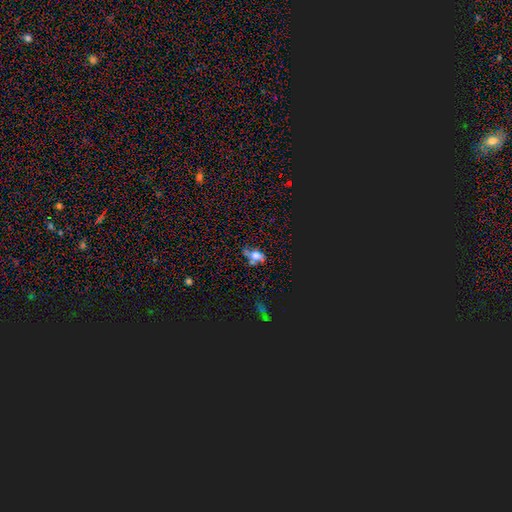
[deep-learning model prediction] Smooth or featured: smooth — 48% (star or artifact — 27%)
Merging: none — 43% (minor disturbance — 21%)